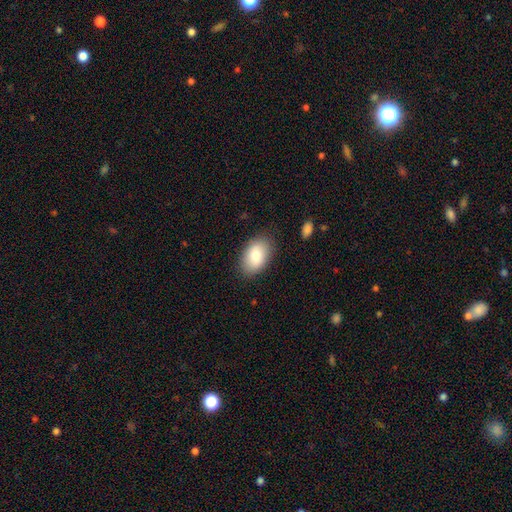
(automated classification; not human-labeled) Smooth or featured: smooth — 83% (featured or disk — 10%)
How rounded: in between — 91% (round — 8%)
Merging: none — 84% (minor disturbance — 12%)